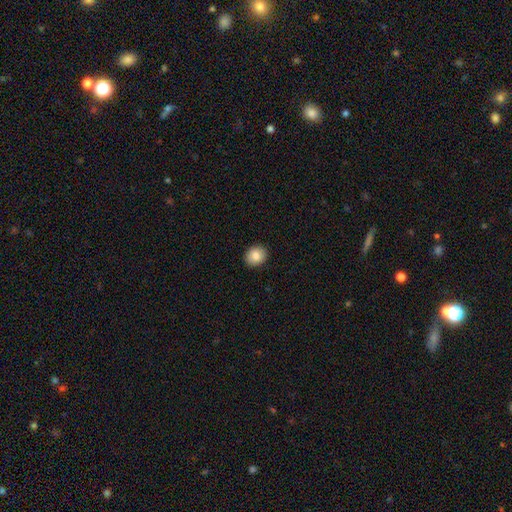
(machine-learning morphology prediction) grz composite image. It shows a smooth galaxy with no disk features (85%) that is round (63%). Merging: none (91%).